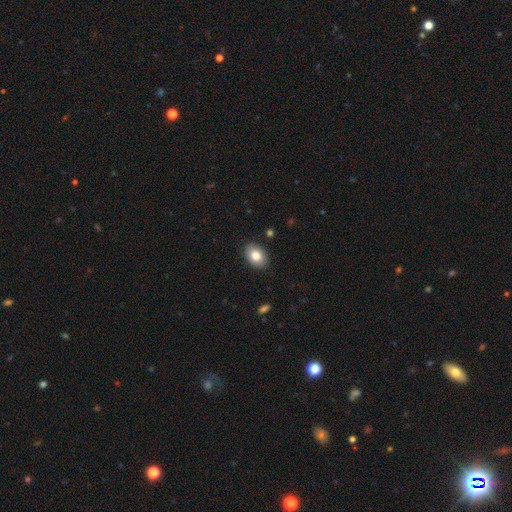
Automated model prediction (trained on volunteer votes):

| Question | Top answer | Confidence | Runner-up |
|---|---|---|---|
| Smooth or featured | smooth | 82% | featured or disk (11%) |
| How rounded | in between | 80% | round (19%) |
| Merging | none | 88% | minor disturbance (9%) |